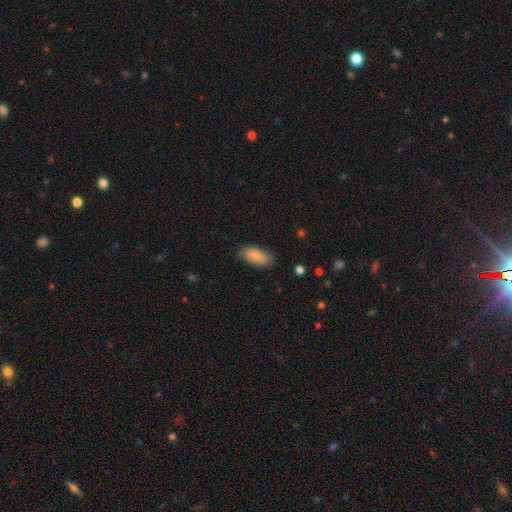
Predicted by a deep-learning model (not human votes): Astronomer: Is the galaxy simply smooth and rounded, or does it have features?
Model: smooth — 88%.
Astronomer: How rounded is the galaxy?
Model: in between — 88%.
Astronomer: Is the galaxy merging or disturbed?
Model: none — 81%.